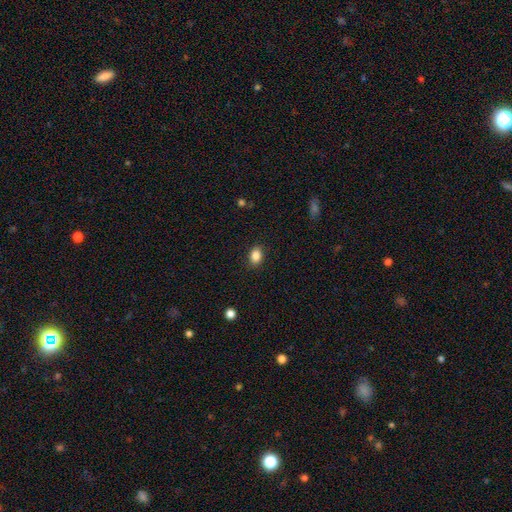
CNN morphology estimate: This is clearly a smooth galaxy (86%). How rounded: likely in between (74%). Merging: clearly none (88%).